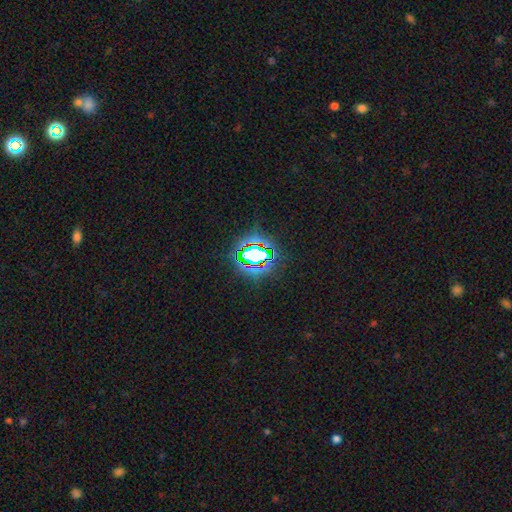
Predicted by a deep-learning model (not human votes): The model was most divided on "smooth or featured": star or artifact: 69%, smooth: 20%, featured or disk: 12%.